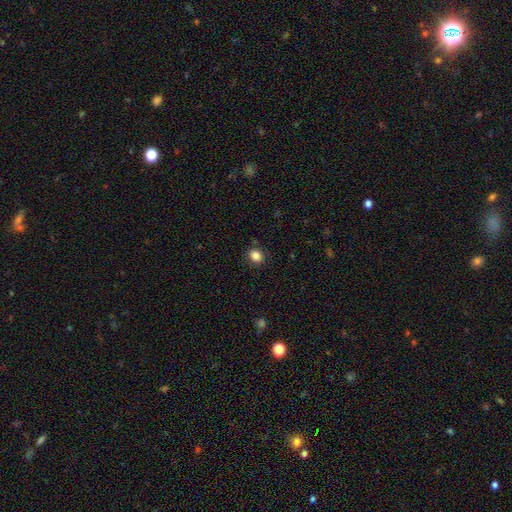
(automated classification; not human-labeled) This appears to be a smooth galaxy with no disk features (84%) that is round (72%). Merging: none (87%).